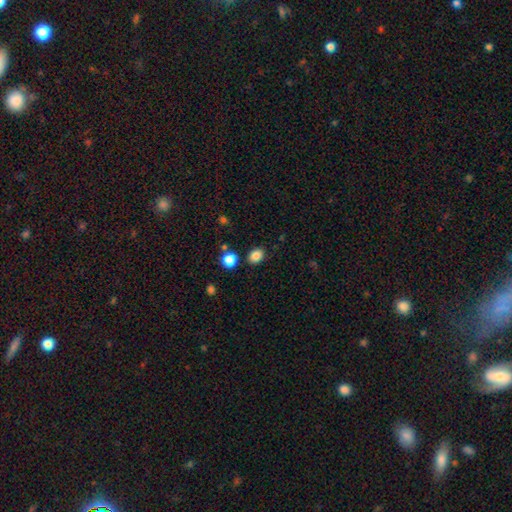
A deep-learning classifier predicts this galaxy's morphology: Smooth or featured?
  - smooth: 85% *
  - star or artifact: 11%
  - featured or disk: 4%
How rounded?
  - in between: 63% *
  - round: 36%
  - cigar-shaped: 1%
Merging?
  - none: 84% *
  - minor disturbance: 10%
  - merger: 4%
  - major disturbance: 3%